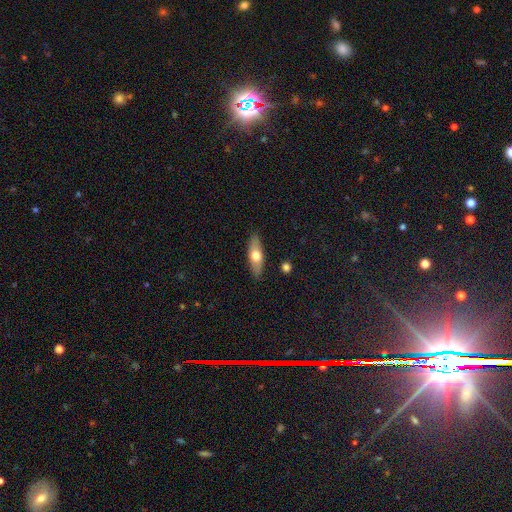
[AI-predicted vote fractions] Morphology: type=smooth (58%); roundness=in between (54%); merging=none (88%).